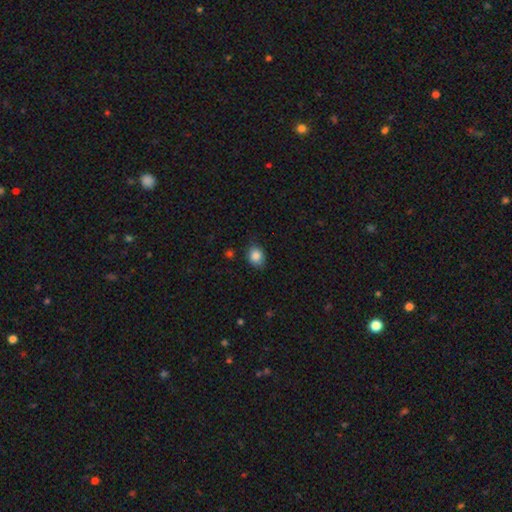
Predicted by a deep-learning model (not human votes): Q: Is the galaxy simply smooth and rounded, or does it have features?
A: smooth — 85%.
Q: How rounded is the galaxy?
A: round — 54%.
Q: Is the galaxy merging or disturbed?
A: none — 79%.